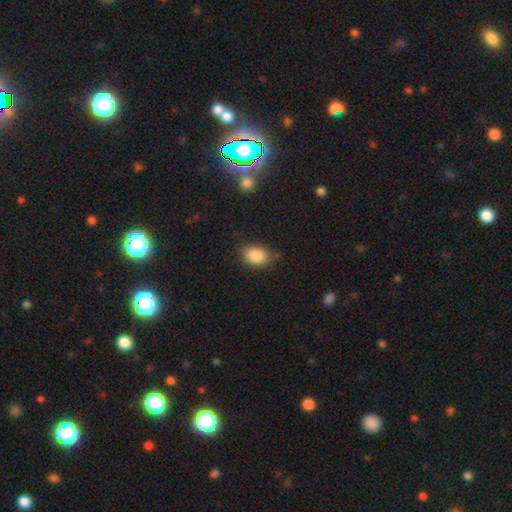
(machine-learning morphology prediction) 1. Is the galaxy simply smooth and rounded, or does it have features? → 87% smooth, 8% star or artifact, 5% featured or disk.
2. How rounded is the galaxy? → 78% in between, 20% round, 1% cigar-shaped.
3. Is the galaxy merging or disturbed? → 78% none, 16% minor disturbance, 4% major disturbance, 2% merger.